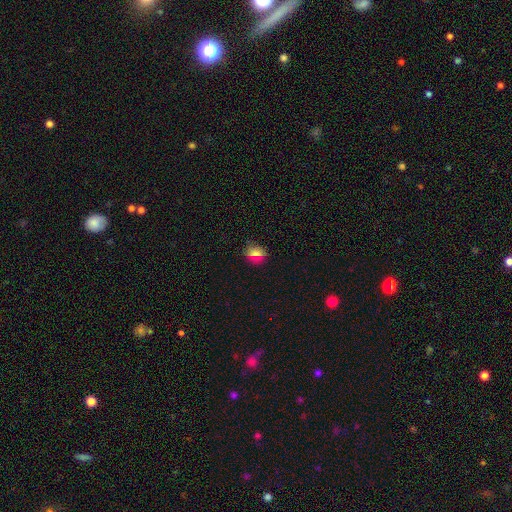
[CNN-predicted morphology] A smooth galaxy with no disk features (66%) that is round (61%).

Vote fractions:
- Smooth or featured? smooth: 66% / star or artifact: 24% / featured or disk: 11%
- How rounded? round: 61% / in between: 34% / cigar-shaped: 4%
- Merging? none: 85% / minor disturbance: 11% / major disturbance: 3% / merger: 2%